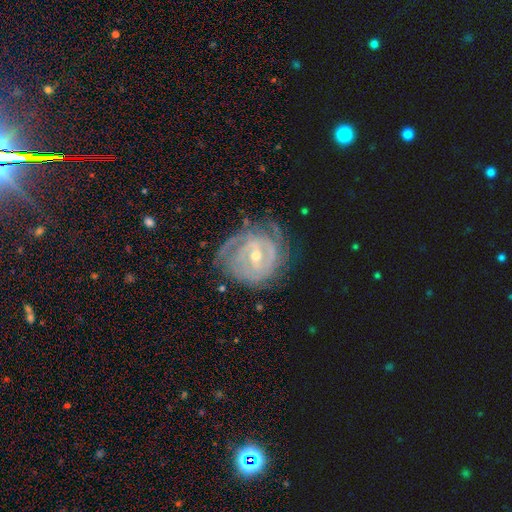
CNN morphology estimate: Smooth or featured? Predicted: featured or disk (p=0.87). Edge-on disk? Predicted: no (p=0.97). Bar? Predicted: weak (p=0.47). Spiral arms? Predicted: yes (p=0.93). Spiral winding? Predicted: tight (p=0.74). Spiral arm count? Predicted: can't tell (p=0.36). Bulge size? Predicted: small (p=0.53). Merging? Predicted: none (p=0.66).